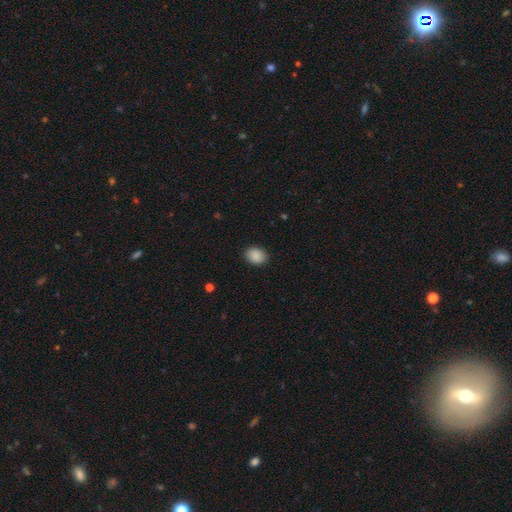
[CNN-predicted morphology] A smooth galaxy with no disk features (89%) that is in between round and cigar-shaped (58%).

Vote fractions:
- Smooth or featured? smooth: 89% / star or artifact: 8% / featured or disk: 3%
- How rounded? in between: 58% / round: 41% / cigar-shaped: 1%
- Merging? none: 87% / minor disturbance: 10% / major disturbance: 2% / merger: 1%